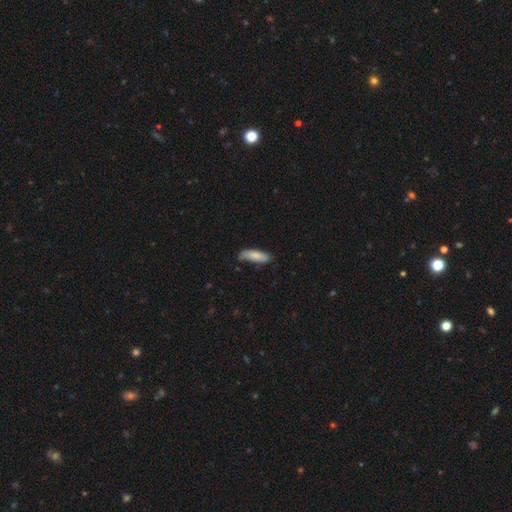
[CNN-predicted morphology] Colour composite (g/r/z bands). It shows a smooth galaxy with no disk features (83%) that is cigar-shaped (56%). Merging: none (69%).